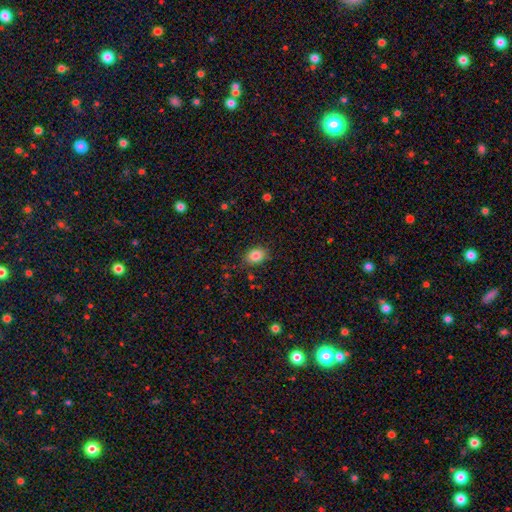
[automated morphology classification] This appears to be a smooth galaxy with no disk features (84%) that is in between round and cigar-shaped (69%). Merging: none (85%).